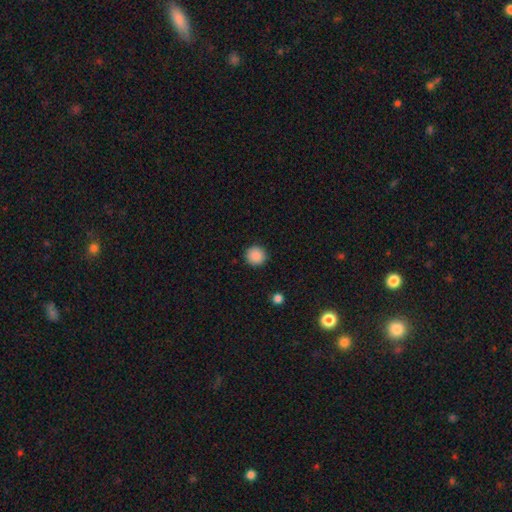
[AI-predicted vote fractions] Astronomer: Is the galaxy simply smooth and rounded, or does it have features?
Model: smooth — 88%.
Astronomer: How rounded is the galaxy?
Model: round — 95%.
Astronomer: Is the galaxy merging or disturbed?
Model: none — 92%.